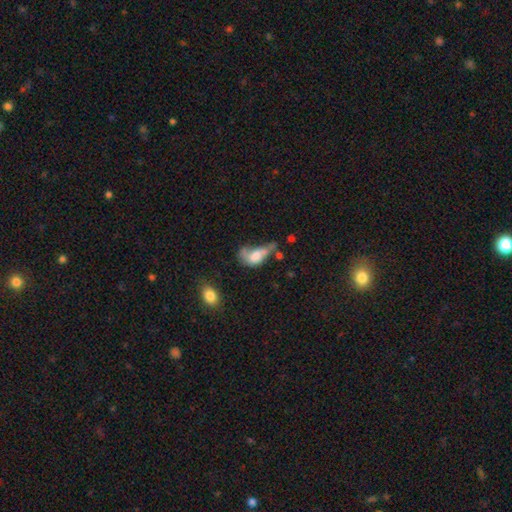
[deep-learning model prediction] A smooth galaxy with no disk features (59%) that is in between round and cigar-shaped (82%). Merging: major disturbance (40%).